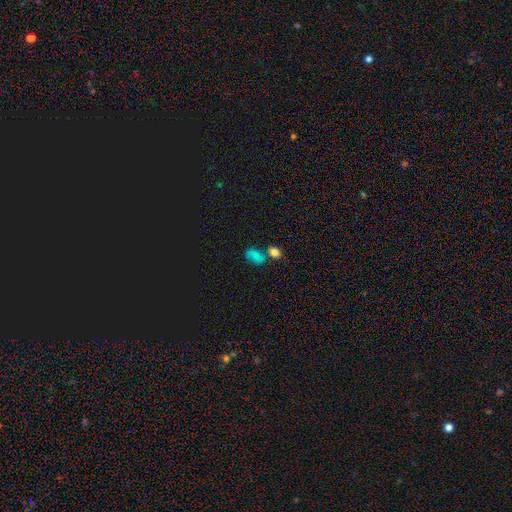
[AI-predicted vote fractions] Smooth or featured?
  - smooth: 62% *
  - star or artifact: 25%
  - featured or disk: 13%
How rounded?
  - in between: 77% *
  - round: 20%
  - cigar-shaped: 3%
Merging?
  - none: 44% *
  - merger: 28%
  - minor disturbance: 18%
  - major disturbance: 10%